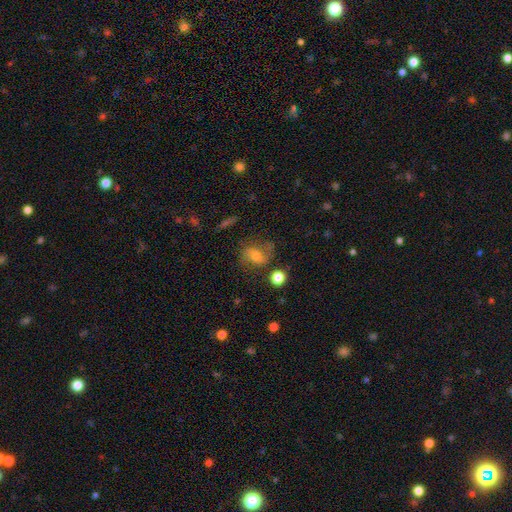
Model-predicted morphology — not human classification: A smooth galaxy with no disk features (47%). Merging: none (62%).